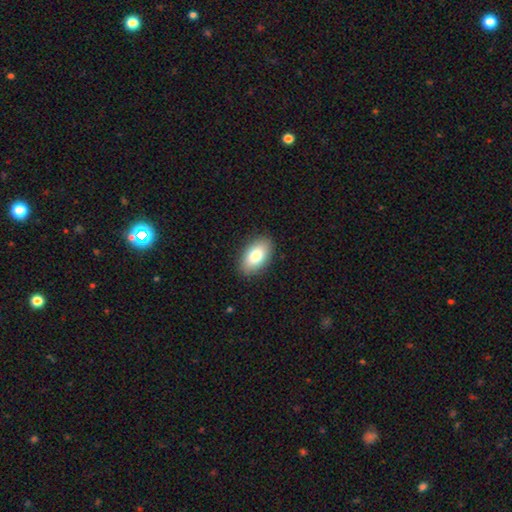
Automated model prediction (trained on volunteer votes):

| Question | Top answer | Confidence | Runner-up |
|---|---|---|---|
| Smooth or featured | smooth | 80% | featured or disk (13%) |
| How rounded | in between | 93% | round (5%) |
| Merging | none | 89% | minor disturbance (8%) |